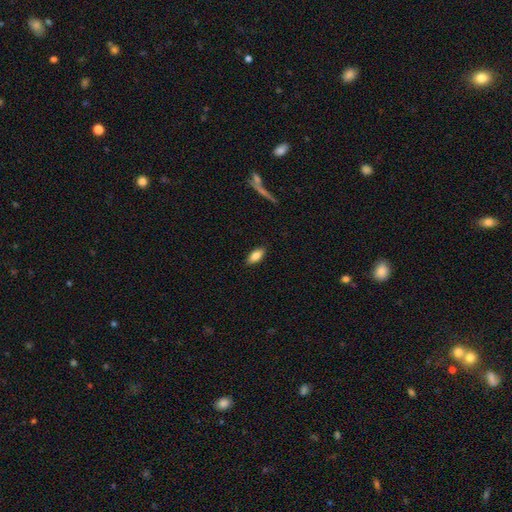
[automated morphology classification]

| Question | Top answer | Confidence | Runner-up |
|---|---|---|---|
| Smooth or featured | smooth | 85% | featured or disk (8%) |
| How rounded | in between | 86% | cigar-shaped (12%) |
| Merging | none | 88% | minor disturbance (9%) |